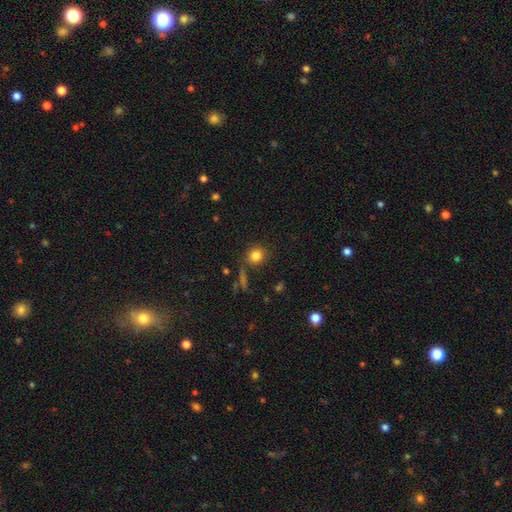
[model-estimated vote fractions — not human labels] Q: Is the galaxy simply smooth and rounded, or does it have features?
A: smooth — 82%.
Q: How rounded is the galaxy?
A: round — 86%.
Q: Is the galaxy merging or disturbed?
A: none — 81%.